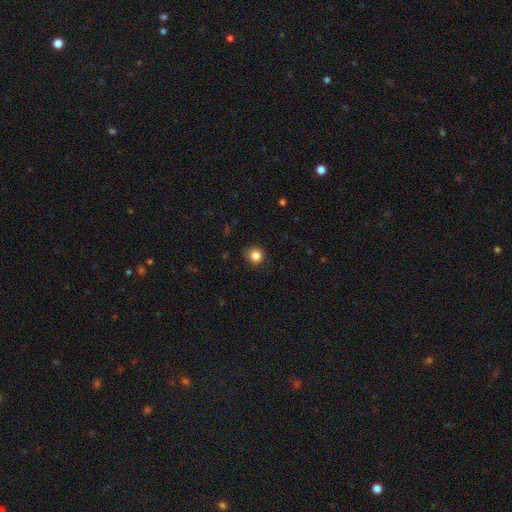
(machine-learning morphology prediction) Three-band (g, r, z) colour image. It shows a smooth galaxy with no disk features (84%) that is round (90%). Merging: none (84%).